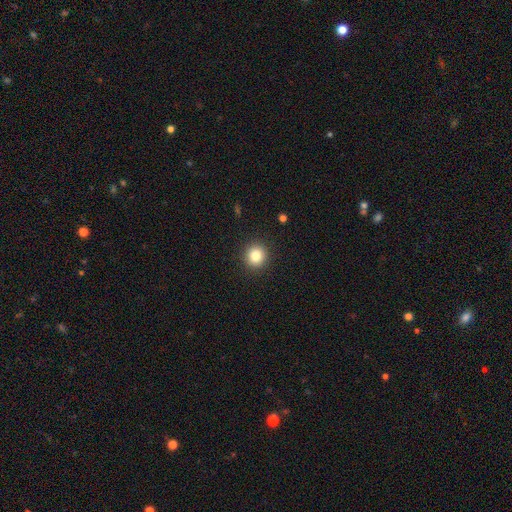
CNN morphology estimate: Smooth or featured?
  - smooth: 83% *
  - star or artifact: 11%
  - featured or disk: 6%
How rounded?
  - round: 91% *
  - in between: 8%
  - cigar-shaped: 1%
Merging?
  - none: 92% *
  - minor disturbance: 5%
  - major disturbance: 2%
  - merger: 1%